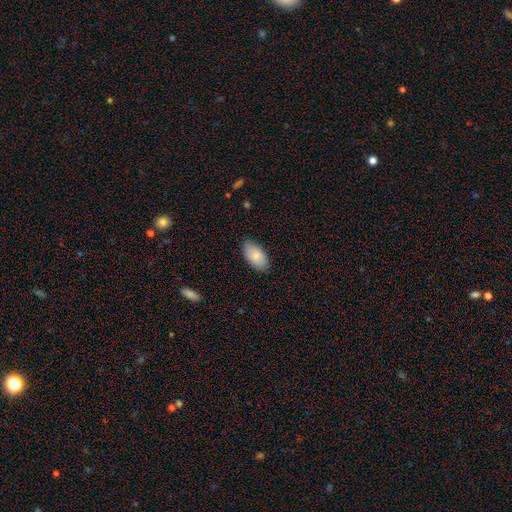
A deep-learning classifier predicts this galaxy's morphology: Smooth or featured? smooth (82%)
How rounded? in between (95%)
Merging? none (82%)